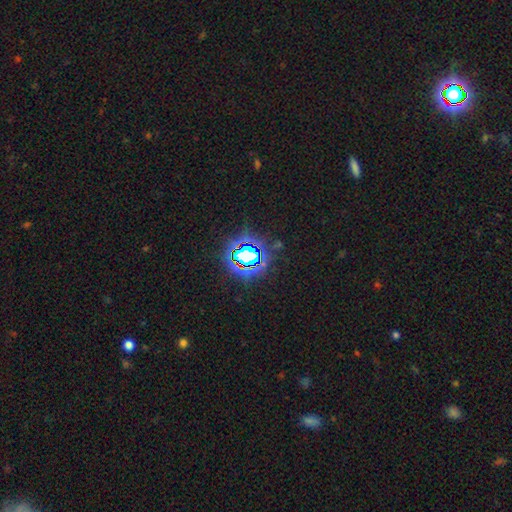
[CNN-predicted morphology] This appears to be a star or artifact, not a galaxy (79%).